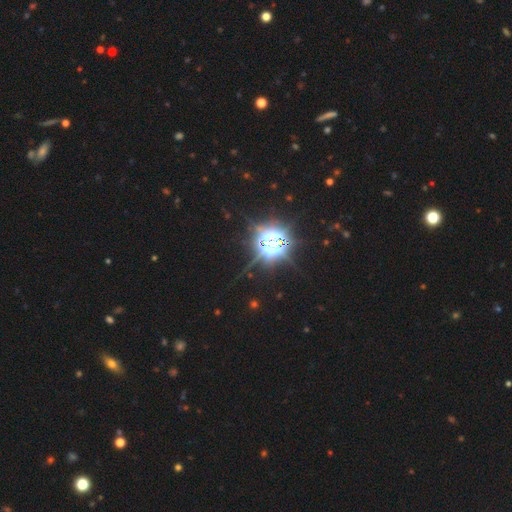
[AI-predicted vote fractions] Smooth or featured? star or artifact (84%)